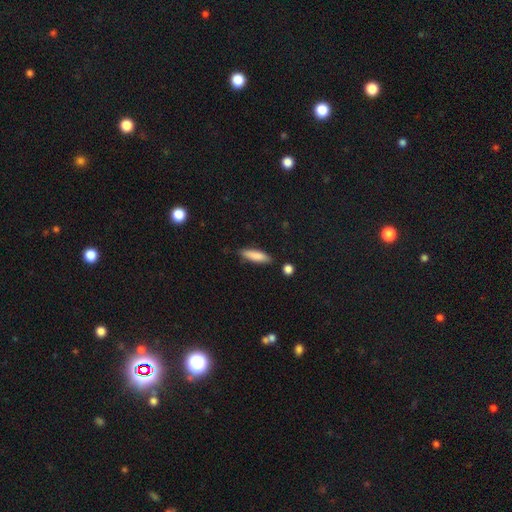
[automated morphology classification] Q: Smooth or featured?
A: smooth (83%); runner-up: featured or disk (11%)
Q: How rounded?
A: cigar-shaped (64%); runner-up: in between (34%)
Q: Merging?
A: none (80%); runner-up: minor disturbance (14%)